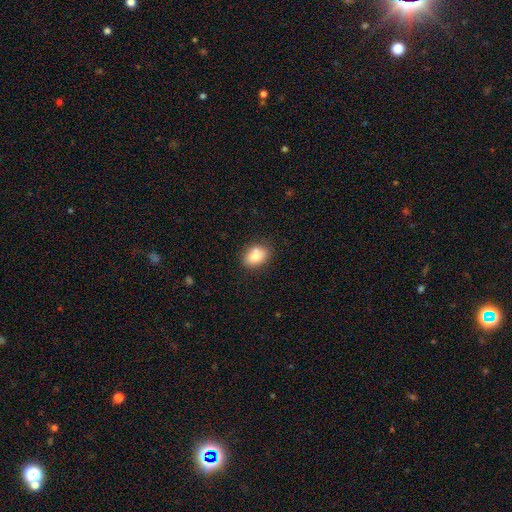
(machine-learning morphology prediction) Smooth or featured? Predicted: smooth (p=0.84). How rounded? Predicted: in between (p=0.76). Merging? Predicted: none (p=0.78).